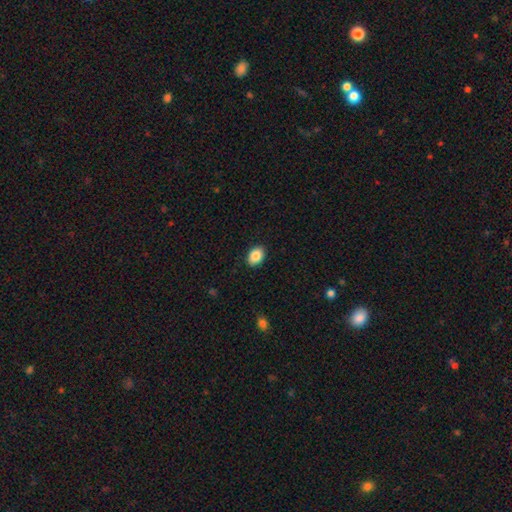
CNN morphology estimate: A smooth galaxy with no disk features (87%) that is in between round and cigar-shaped (80%).

Vote fractions:
- Smooth or featured? smooth: 87% / star or artifact: 7% / featured or disk: 6%
- How rounded? in between: 80% / round: 19% / cigar-shaped: 1%
- Merging? none: 89% / minor disturbance: 8% / major disturbance: 2% / merger: 1%